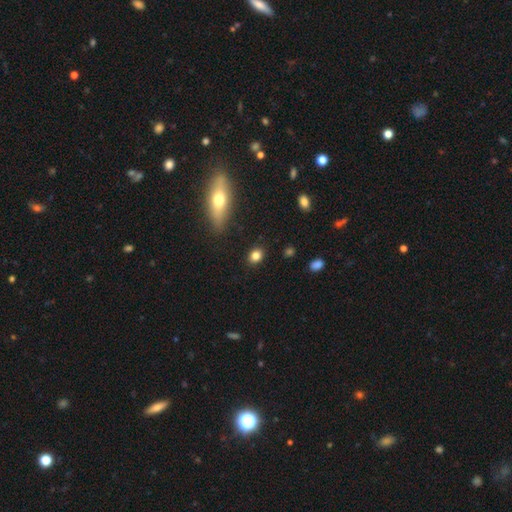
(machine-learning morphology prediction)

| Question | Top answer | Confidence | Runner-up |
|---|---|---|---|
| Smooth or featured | smooth | 83% | star or artifact (10%) |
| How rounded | in between | 50% | round (48%) |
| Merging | none | 88% | minor disturbance (8%) |